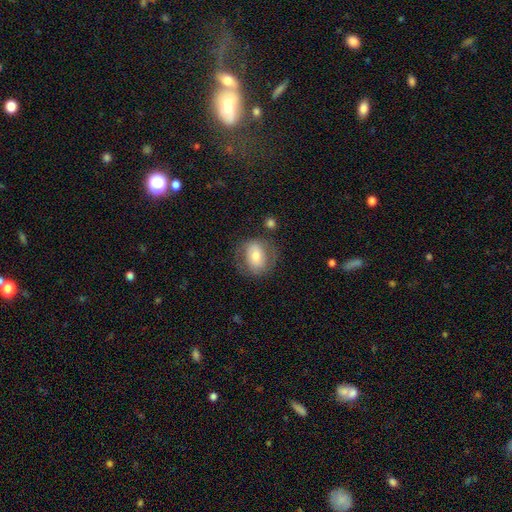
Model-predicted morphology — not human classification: Smooth or featured: smooth — 60% (featured or disk — 32%)
How rounded: in between — 53% (round — 46%)
Merging: none — 69% (minor disturbance — 18%)